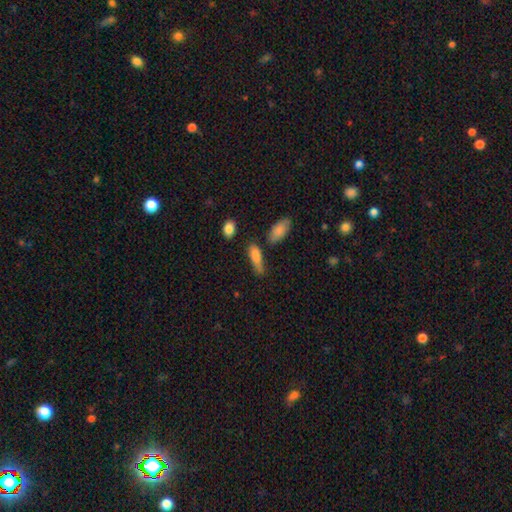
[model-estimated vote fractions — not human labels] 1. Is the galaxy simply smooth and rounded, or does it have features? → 81% smooth, 11% featured or disk, 8% star or artifact.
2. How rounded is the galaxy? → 56% in between, 40% cigar-shaped, 4% round.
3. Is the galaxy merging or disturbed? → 50% none, 29% minor disturbance, 11% major disturbance, 9% merger.